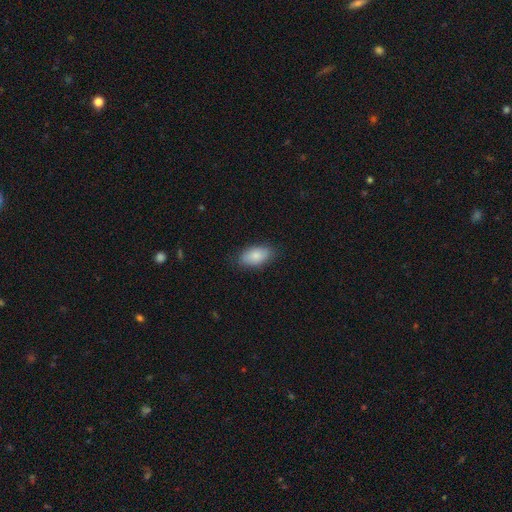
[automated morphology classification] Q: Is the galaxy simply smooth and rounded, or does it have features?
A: smooth — 85%.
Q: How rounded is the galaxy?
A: in between — 93%.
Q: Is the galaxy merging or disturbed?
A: none — 84%.